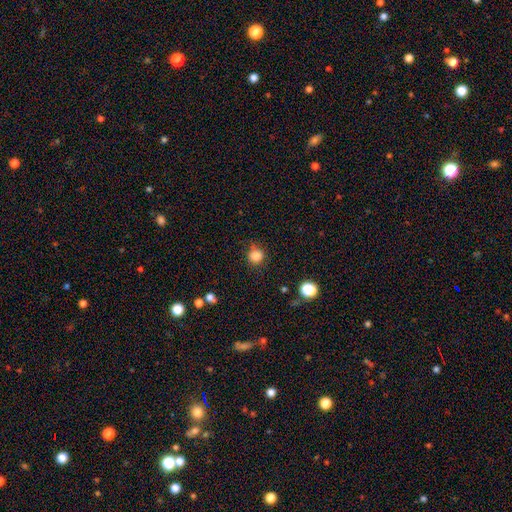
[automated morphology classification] smooth-or-featured: smooth: 84% | star or artifact: 12% | featured or disk: 4%
  how-rounded: round: 89% | in between: 10% | cigar-shaped: 1%
  merging: none: 78% | minor disturbance: 15% | major disturbance: 4% | merger: 2%